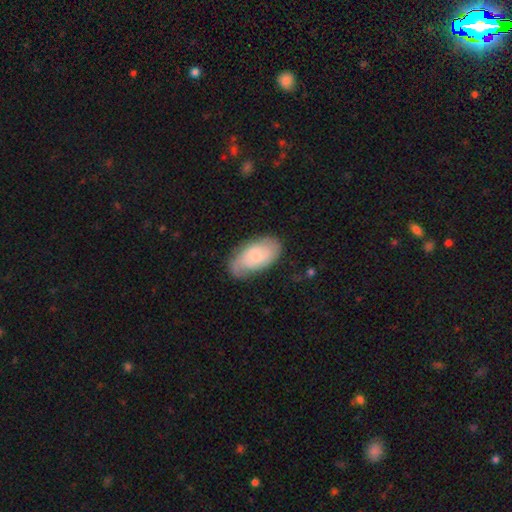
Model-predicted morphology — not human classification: Smooth or featured: featured or disk — 58% (smooth — 36%)
Edge-on disk: no — 96% (yes — 4%)
Bar: weak — 52% (no — 40%)
Spiral arms: yes — 87% (no — 13%)
Bulge size: small — 46% (moderate — 37%)
Merging: none — 70% (minor disturbance — 22%)